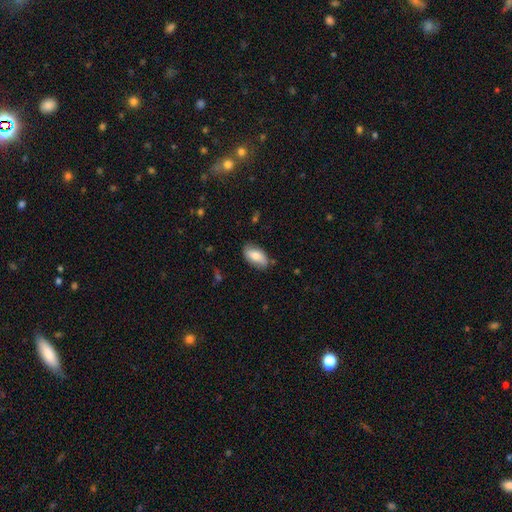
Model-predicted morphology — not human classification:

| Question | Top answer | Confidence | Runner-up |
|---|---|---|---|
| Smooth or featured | smooth | 77% | featured or disk (17%) |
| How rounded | in between | 92% | cigar-shaped (4%) |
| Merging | none | 78% | minor disturbance (17%) |